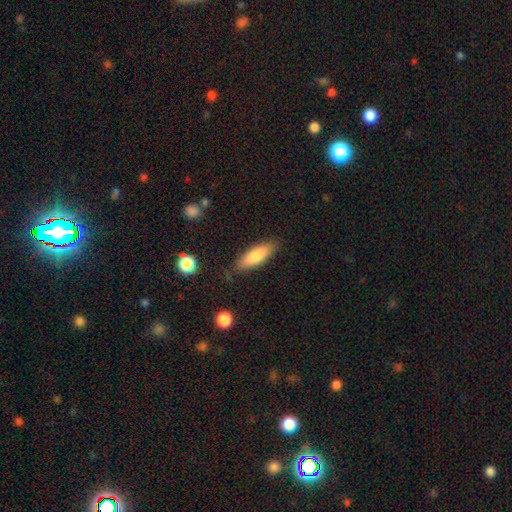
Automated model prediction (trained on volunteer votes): Smooth or featured? Predicted: smooth (p=0.78). How rounded? Predicted: in between (p=0.52). Merging? Predicted: none (p=0.80).